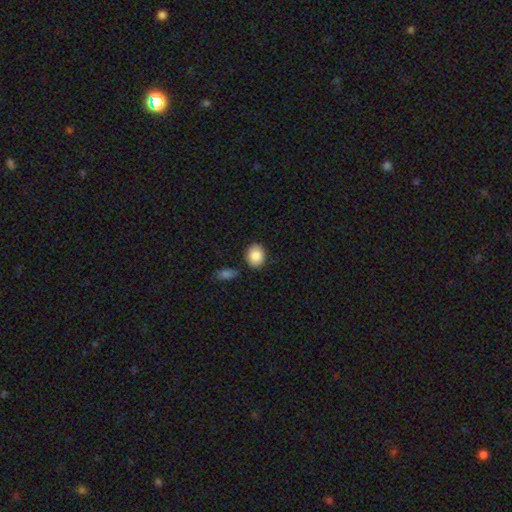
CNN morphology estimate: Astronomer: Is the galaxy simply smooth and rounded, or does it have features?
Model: smooth — 86%.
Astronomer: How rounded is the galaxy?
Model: round — 51% (runner-up: in between, 48%).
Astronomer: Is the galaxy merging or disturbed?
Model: none — 80%.